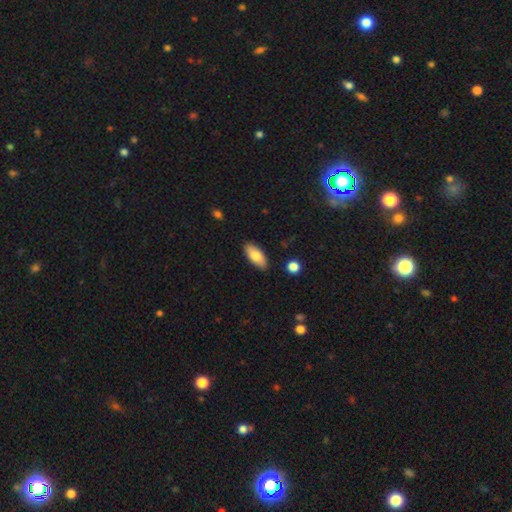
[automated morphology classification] The model was most divided on "smooth or featured": smooth: 78%, featured or disk: 16%, star or artifact: 6%. More confident: merging — none (87%); how rounded — in between (86%).